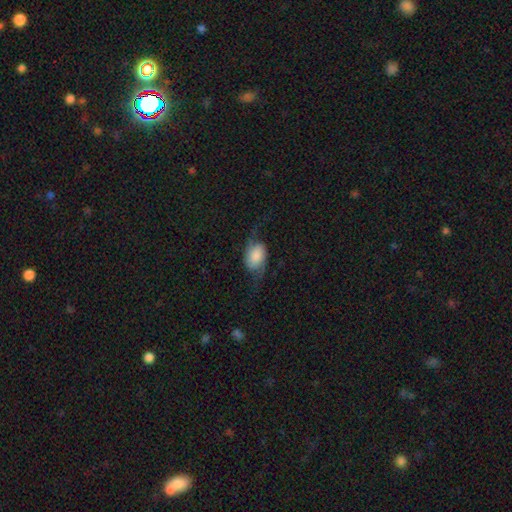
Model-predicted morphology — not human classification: A featured or disk galaxy (55%) with no bar (64%), spiral arms (91%) and a large central bulge (31%).

Vote fractions:
- Smooth or featured? featured or disk: 55% / smooth: 36% / star or artifact: 8%
- Edge-on disk? no: 95% / yes: 5%
- Bar? no: 64% / weak: 28% / strong: 9%
- Spiral arms? yes: 91% / no: 9%
- Bulge size? large: 31% / dominant: 24% / none: 17% / moderate: 17% / small: 12%
- Merging? none: 61% / minor disturbance: 20% / major disturbance: 17% / merger: 2%